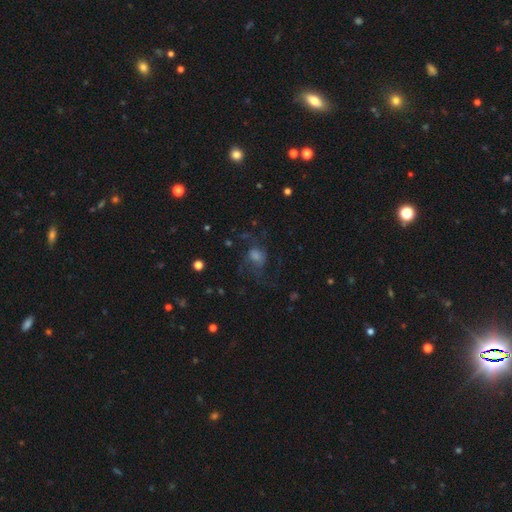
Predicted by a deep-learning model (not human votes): This is marginally a featured or disk galaxy (43%). Merging: possibly none (51%).